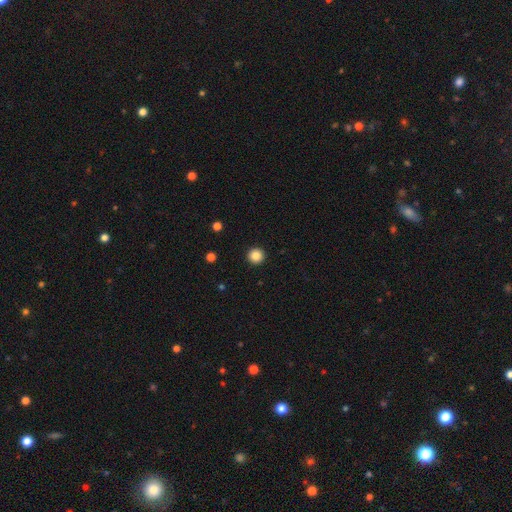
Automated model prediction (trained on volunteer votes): Smooth or featured: smooth — 86% (star or artifact — 10%)
How rounded: round — 96% (in between — 3%)
Merging: none — 94% (minor disturbance — 4%)